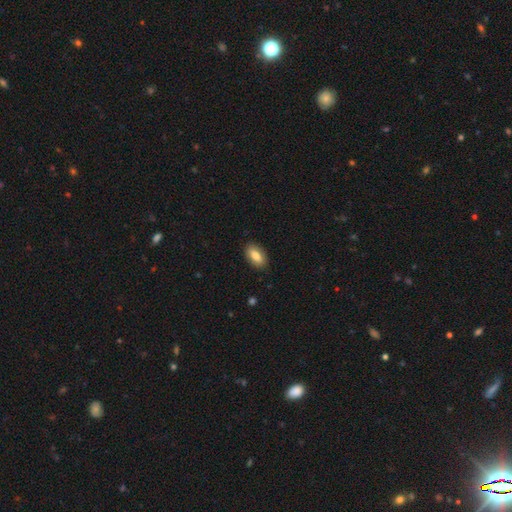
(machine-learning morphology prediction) smooth_or_featured: smooth (p=0.80) [alt: featured or disk p=0.14]
how_rounded: in between (p=0.92) [alt: round p=0.04]
merging: none (p=0.88) [alt: minor disturbance p=0.09]